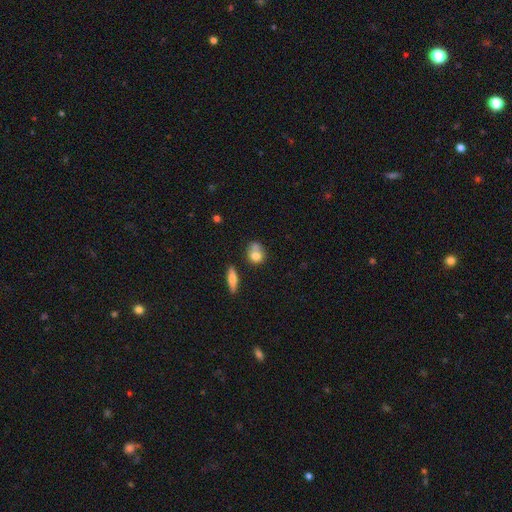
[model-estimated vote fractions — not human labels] Smooth or featured? Predicted: smooth (p=0.72). How rounded? Predicted: round (p=0.59). Merging? Predicted: none (p=0.42).